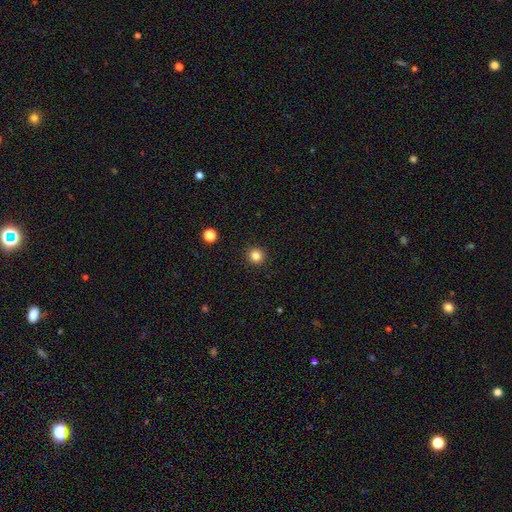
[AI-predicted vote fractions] This appears to be a smooth galaxy with no disk features (83%) that is round (95%). Merging: none (93%).